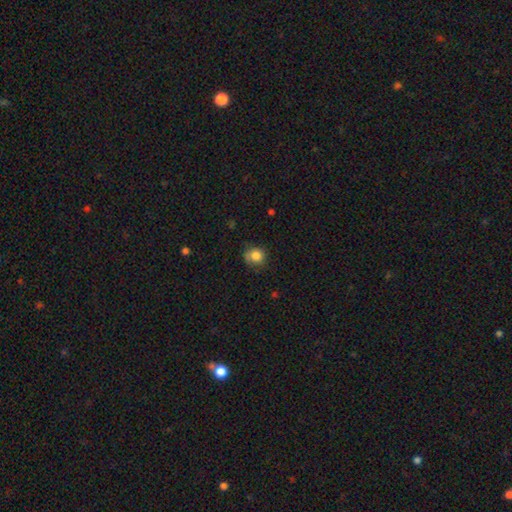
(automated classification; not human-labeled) Smooth or featured? Predicted: smooth (p=0.82). How rounded? Predicted: round (p=0.80). Merging? Predicted: none (p=0.64).